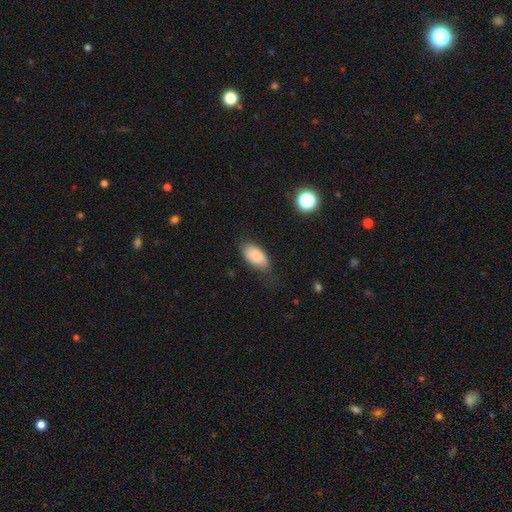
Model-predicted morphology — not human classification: smooth-or-featured: smooth: 86% | star or artifact: 7% | featured or disk: 7%
  how-rounded: in between: 93% | round: 3% | cigar-shaped: 3%
  merging: none: 66% | minor disturbance: 24% | major disturbance: 8% | merger: 2%